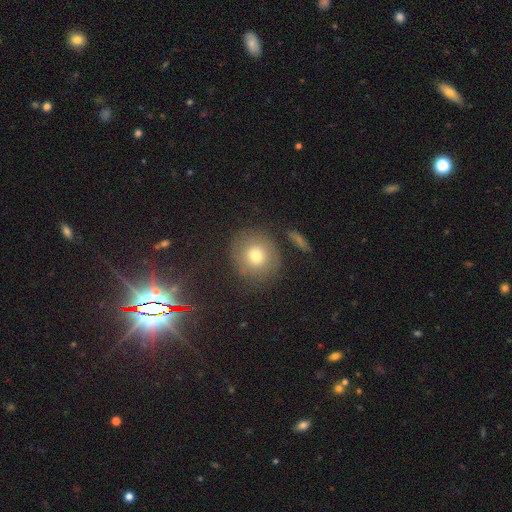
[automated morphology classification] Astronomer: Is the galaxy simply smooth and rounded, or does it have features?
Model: smooth — 71%.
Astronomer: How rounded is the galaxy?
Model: round — 89%.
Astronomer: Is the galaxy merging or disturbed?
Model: none — 79%.